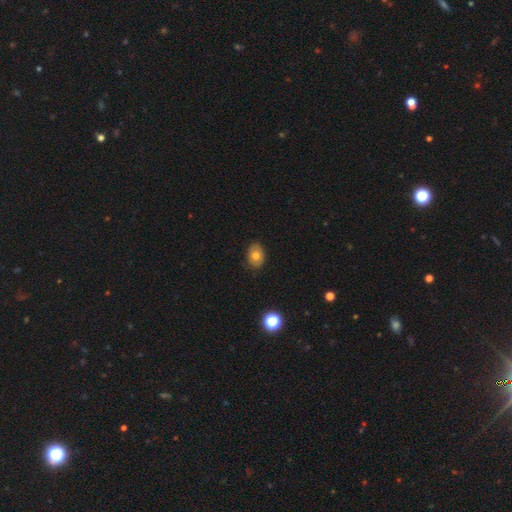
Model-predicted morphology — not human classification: smooth-or-featured: smooth: 71% | featured or disk: 19% | star or artifact: 10%
  how-rounded: in between: 68% | round: 31% | cigar-shaped: 1%
  merging: none: 84% | minor disturbance: 12% | major disturbance: 2% | merger: 1%